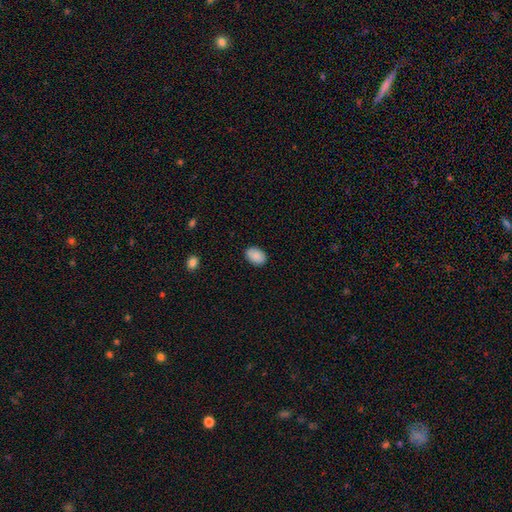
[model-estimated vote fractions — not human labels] Smooth or featured? Predicted: smooth (p=0.89). How rounded? Predicted: in between (p=0.83). Merging? Predicted: none (p=0.88).